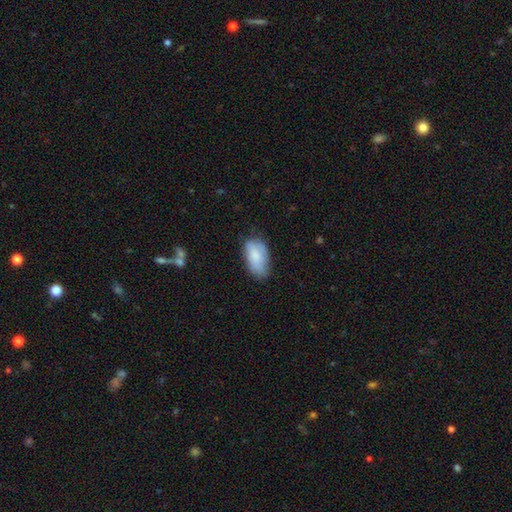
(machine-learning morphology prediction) Smooth or featured? smooth (80%)
How rounded? in between (94%)
Merging? none (59%)